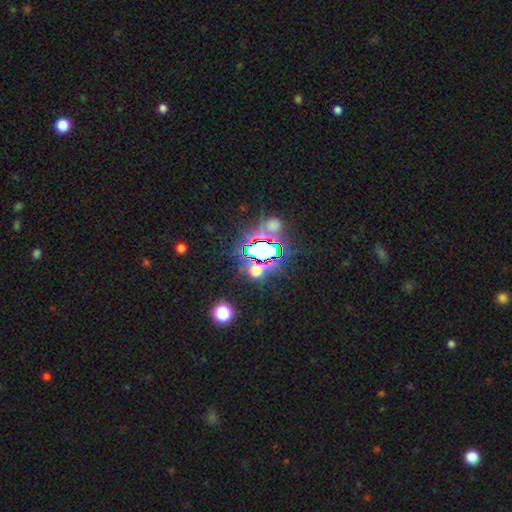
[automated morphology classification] The model was most divided on "smooth or featured": star or artifact: 78%, smooth: 13%, featured or disk: 9%.